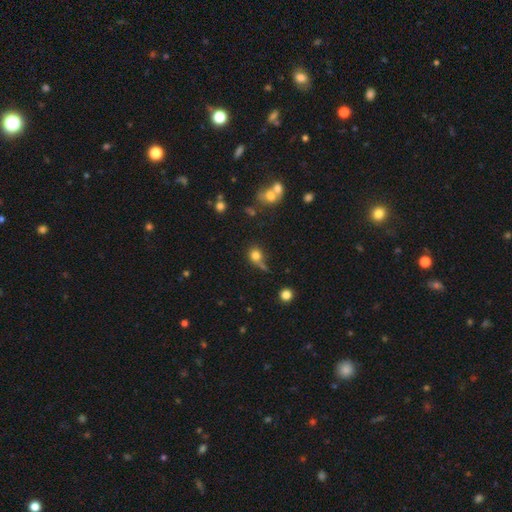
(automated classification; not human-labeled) This is likely a smooth galaxy (76%). How rounded: likely round (77%). Merging: possibly none (49%).